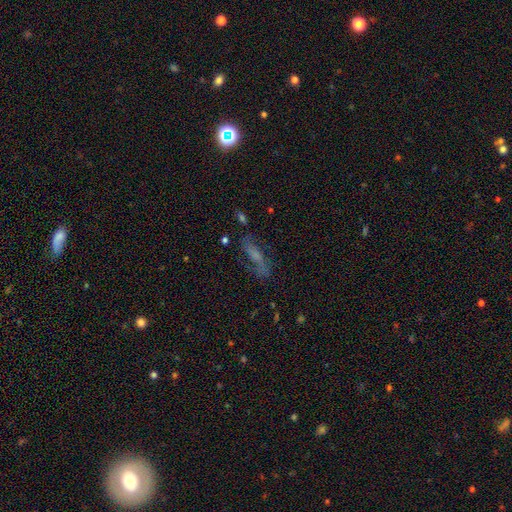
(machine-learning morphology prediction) Overall: featured or disk (46%; smooth 32%). Merging: none (58%; minor disturbance 21%).